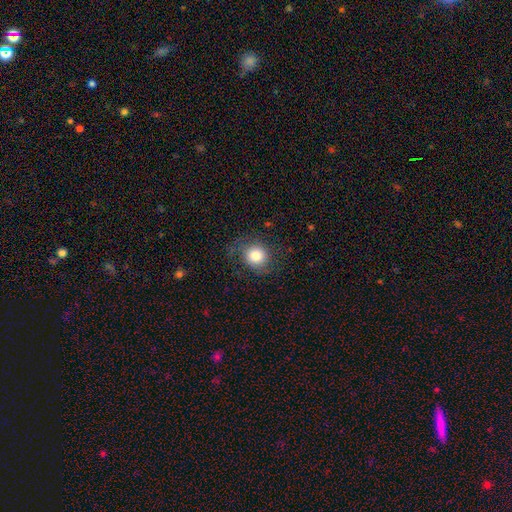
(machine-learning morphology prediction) Smooth or featured: smooth — 78% (featured or disk — 13%)
How rounded: round — 82% (in between — 17%)
Merging: none — 74% (minor disturbance — 16%)